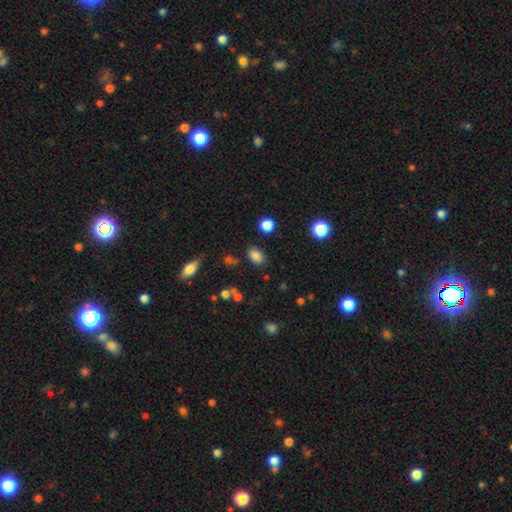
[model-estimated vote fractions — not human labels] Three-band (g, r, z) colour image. It shows a smooth galaxy with no disk features (83%) that is in between round and cigar-shaped (82%). Merging: none (81%).